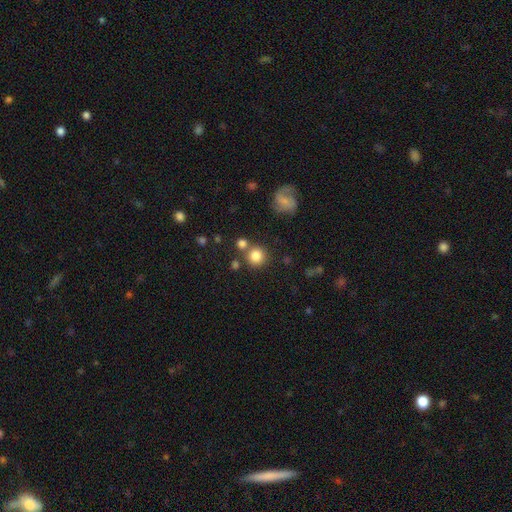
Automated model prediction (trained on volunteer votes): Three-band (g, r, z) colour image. It shows a smooth galaxy with no disk features (83%) that is round (91%). Merging: none (72%).